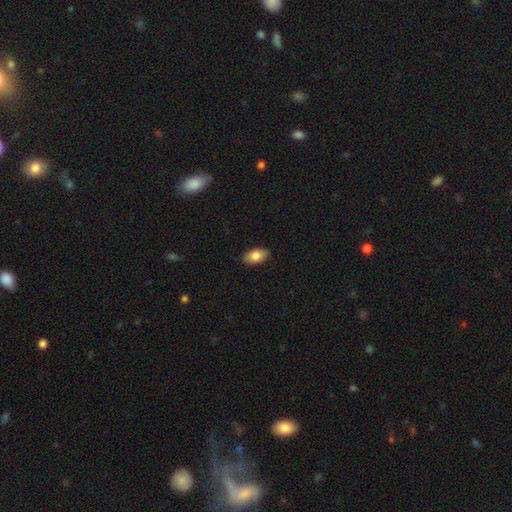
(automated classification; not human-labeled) Q: Smooth or featured?
A: smooth (82%); runner-up: featured or disk (12%)
Q: How rounded?
A: in between (92%); runner-up: round (4%)
Q: Merging?
A: none (88%); runner-up: minor disturbance (10%)